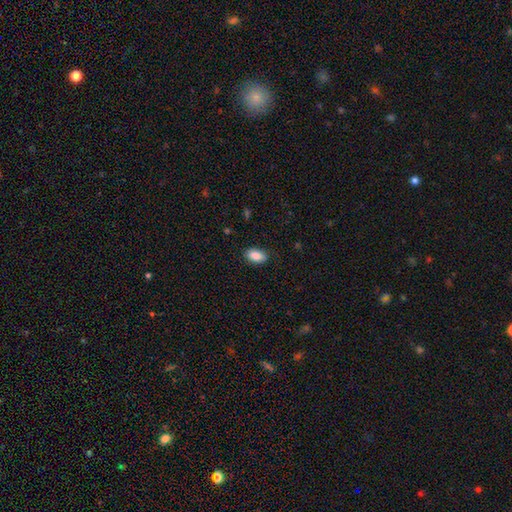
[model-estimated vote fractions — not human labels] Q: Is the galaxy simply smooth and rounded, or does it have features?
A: smooth — 88%.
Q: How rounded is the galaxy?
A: in between — 92%.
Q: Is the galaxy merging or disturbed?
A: none — 86%.